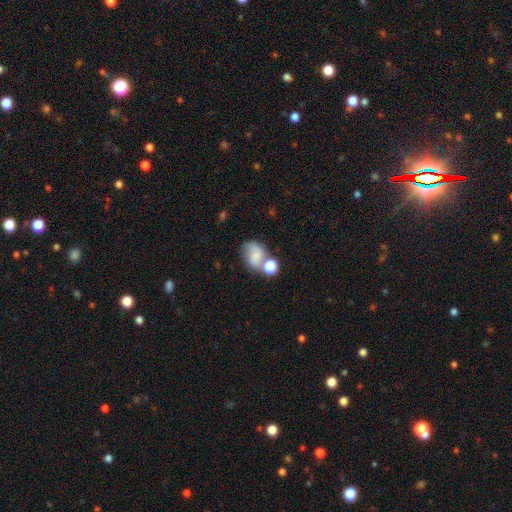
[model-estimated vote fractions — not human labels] Smooth or featured: smooth — 55% (featured or disk — 32%)
How rounded: in between — 57% (round — 42%)
Merging: none — 36% (merger — 33%)